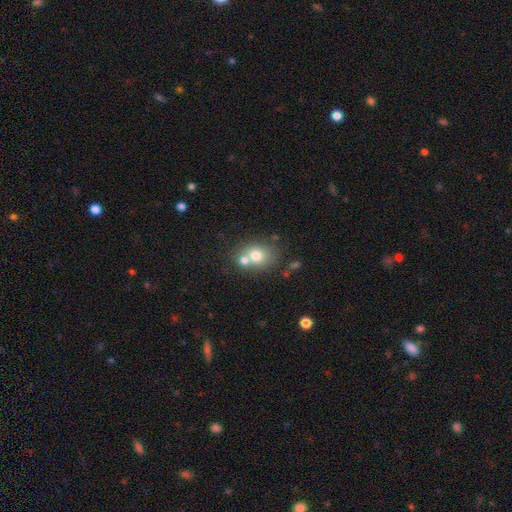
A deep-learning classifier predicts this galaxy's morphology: Smooth or featured: smooth — 72% (featured or disk — 17%)
How rounded: round — 66% (in between — 33%)
Merging: merger — 44% (none — 43%)